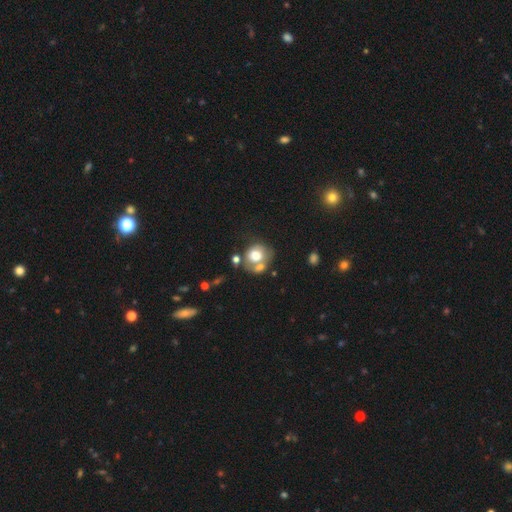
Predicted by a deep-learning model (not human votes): smooth-or-featured: smooth: 65% | featured or disk: 26% | star or artifact: 9%
  how-rounded: round: 66% | in between: 33% | cigar-shaped: 1%
  merging: none: 37% | merger: 34% | minor disturbance: 17% | major disturbance: 12%